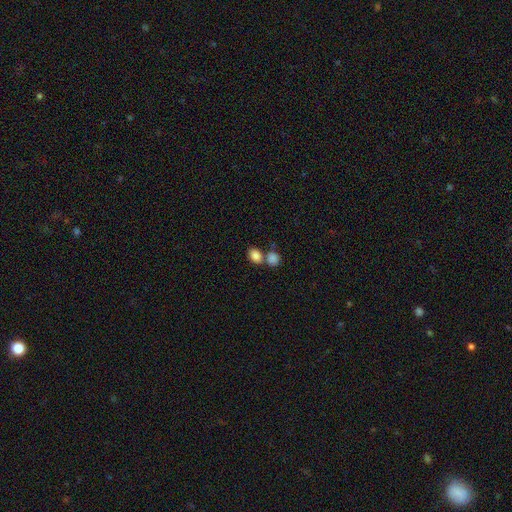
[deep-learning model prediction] smooth-or-featured: smooth: 85% | star or artifact: 9% | featured or disk: 6%
  how-rounded: in between: 65% | round: 33% | cigar-shaped: 1%
  merging: none: 45% | merger: 42% | minor disturbance: 9% | major disturbance: 4%